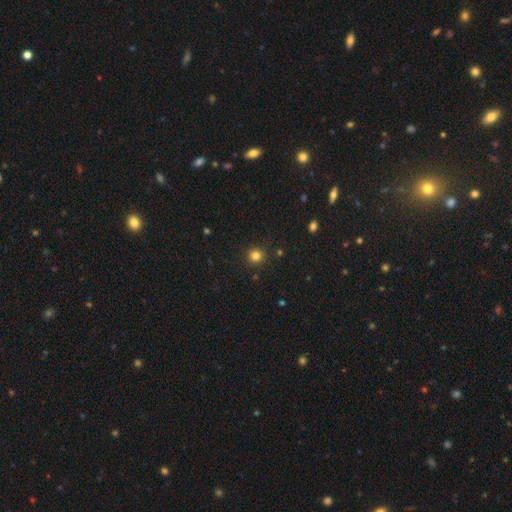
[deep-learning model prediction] Smooth or featured? smooth (81%)
How rounded? round (94%)
Merging? none (91%)